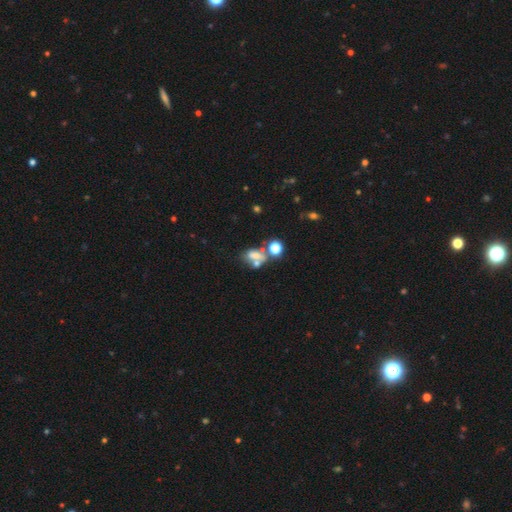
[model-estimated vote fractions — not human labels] A smooth galaxy with no disk features (51%) that is in between round and cigar-shaped (70%).

Vote fractions:
- Smooth or featured? smooth: 51% / featured or disk: 29% / star or artifact: 21%
- How rounded? in between: 70% / round: 26% / cigar-shaped: 4%
- Merging? merger: 45% / none: 28% / major disturbance: 14% / minor disturbance: 13%